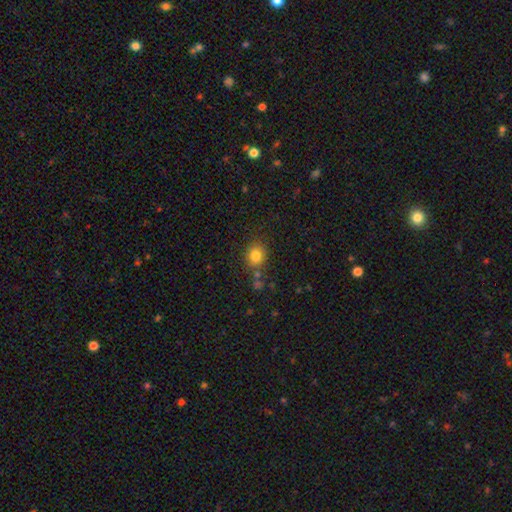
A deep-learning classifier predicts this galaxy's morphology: The model was most divided on "how rounded": round: 71%, in between: 28%, cigar-shaped: 1%. More confident: smooth or featured — smooth (82%); merging — none (79%).